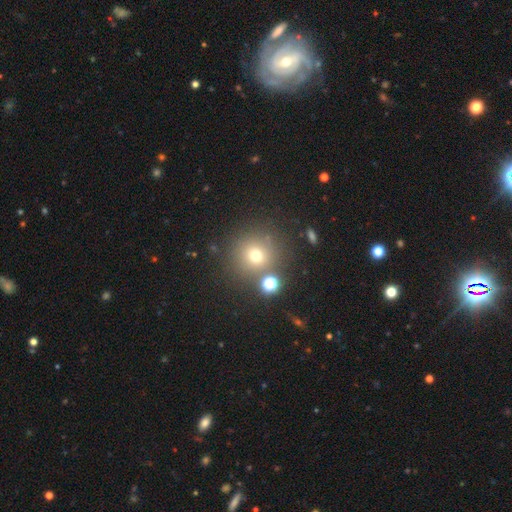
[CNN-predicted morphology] Smooth or featured: smooth — 68% (star or artifact — 21%)
How rounded: round — 93% (in between — 6%)
Merging: none — 78% (merger — 9%)